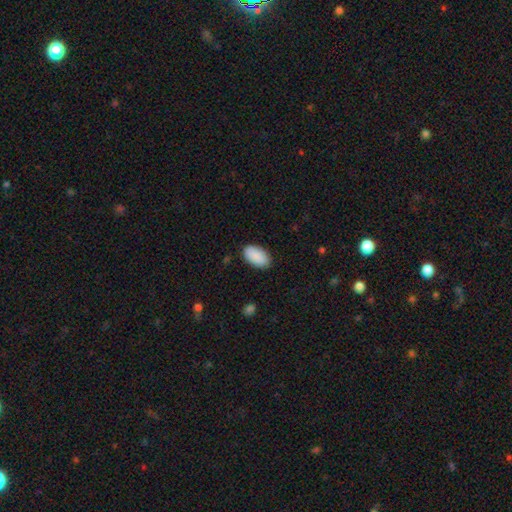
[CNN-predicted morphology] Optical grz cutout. It shows a smooth galaxy with no disk features (91%) that is in between round and cigar-shaped (95%). Merging: none (87%).